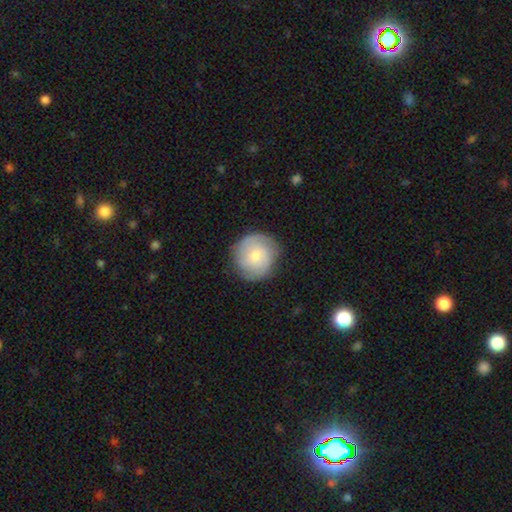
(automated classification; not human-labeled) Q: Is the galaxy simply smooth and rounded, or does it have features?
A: smooth — 48%.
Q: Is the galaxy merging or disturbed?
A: none — 82%.